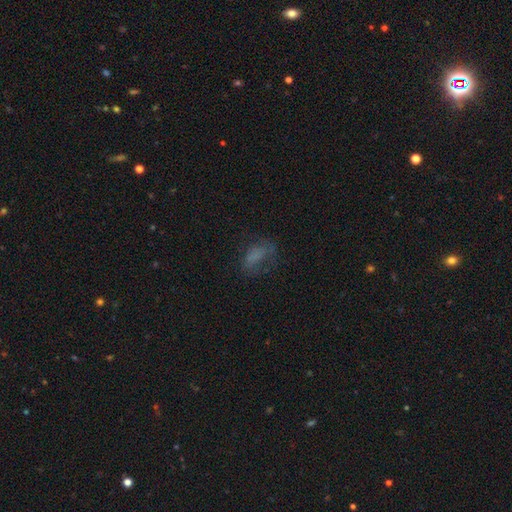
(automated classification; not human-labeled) A smooth galaxy with no disk features (58%) that is in between round and cigar-shaped (84%).

Vote fractions:
- Smooth or featured? smooth: 58% / featured or disk: 23% / star or artifact: 19%
- How rounded? in between: 84% / round: 10% / cigar-shaped: 6%
- Merging? none: 48% / major disturbance: 27% / minor disturbance: 23% / merger: 2%